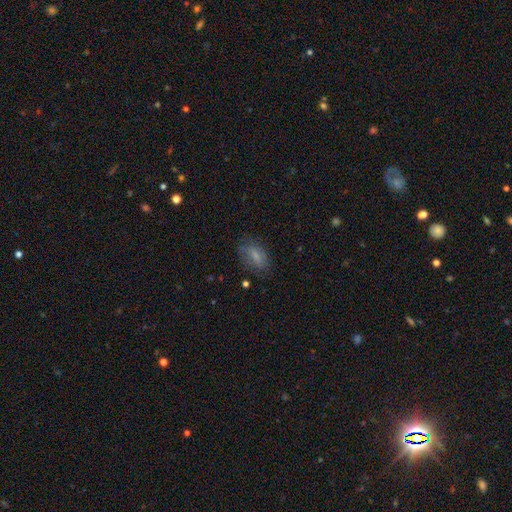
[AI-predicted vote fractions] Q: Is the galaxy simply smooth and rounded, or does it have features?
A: smooth — 72%.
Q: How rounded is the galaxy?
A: in between — 83%.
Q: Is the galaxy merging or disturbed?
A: none — 71%.